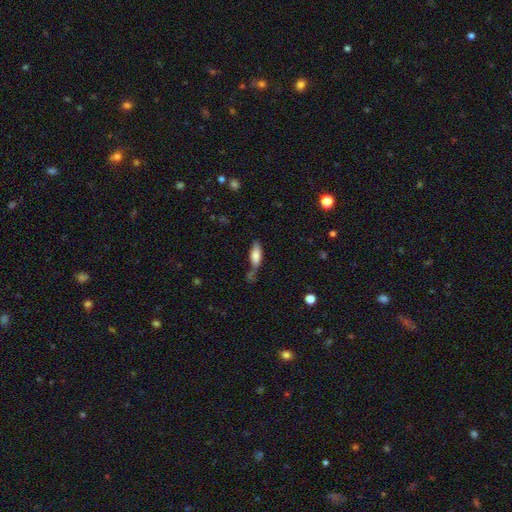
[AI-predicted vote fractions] Morphology: type=smooth (77%); roundness=in between (63%); merging=none (44%).